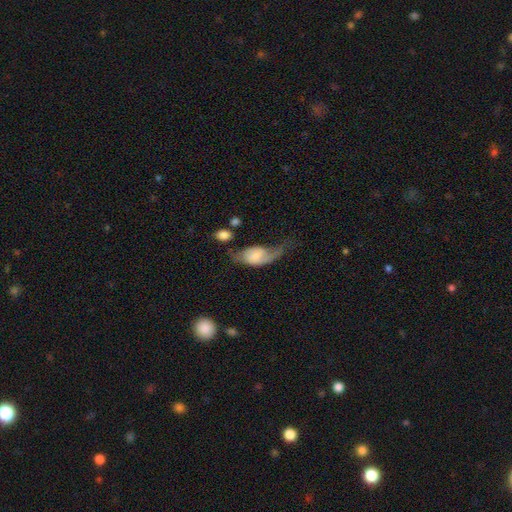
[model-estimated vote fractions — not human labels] A featured or disk galaxy (49%). Merging: major disturbance (43%).